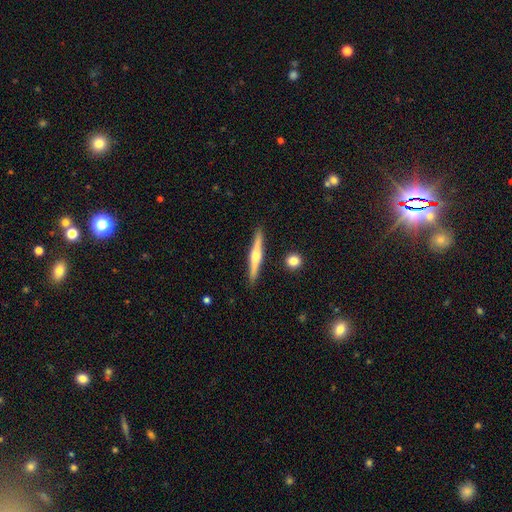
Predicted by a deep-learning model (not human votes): This appears to be a featured or disk galaxy (65%) viewed edge-on (98%) with a rounded central bulge (87%). Merging: none (90%).